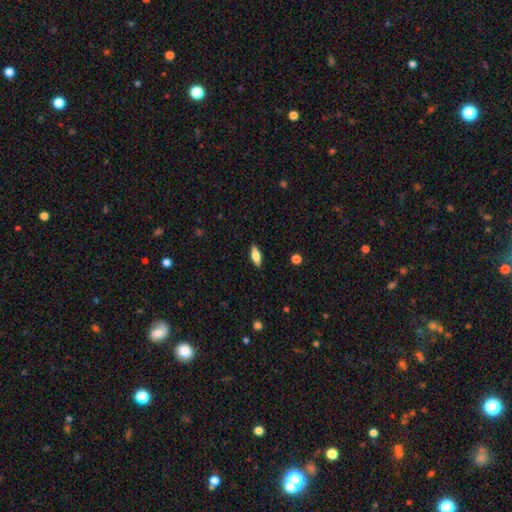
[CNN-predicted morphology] Q: Smooth or featured?
A: smooth (69%); runner-up: featured or disk (24%)
Q: How rounded?
A: in between (73%); runner-up: cigar-shaped (24%)
Q: Merging?
A: none (88%); runner-up: minor disturbance (9%)